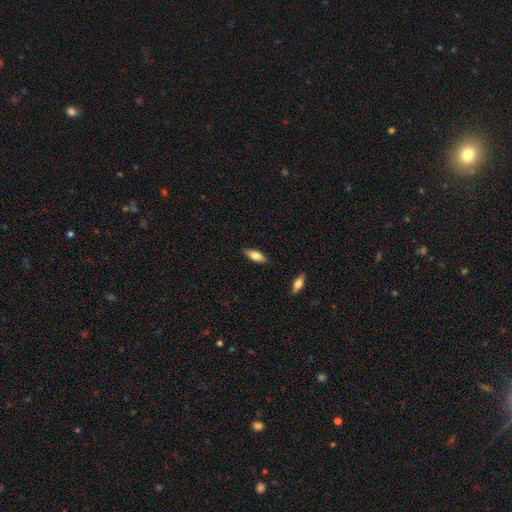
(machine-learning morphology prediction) This is likely a smooth galaxy (68%). How rounded: likely in between (68%). Merging: clearly none (85%).